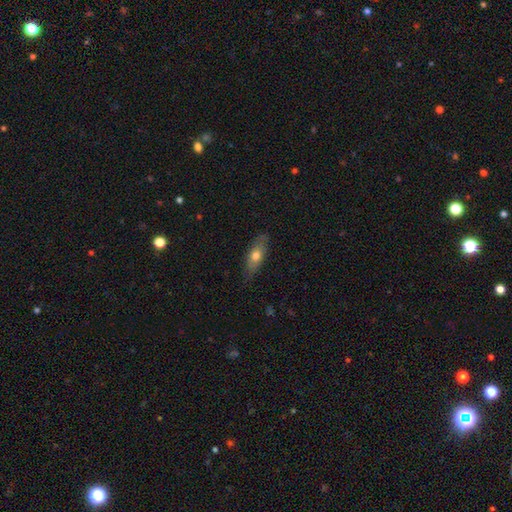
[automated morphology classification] Smooth or featured? smooth (66%)
How rounded? in between (72%)
Merging? none (76%)